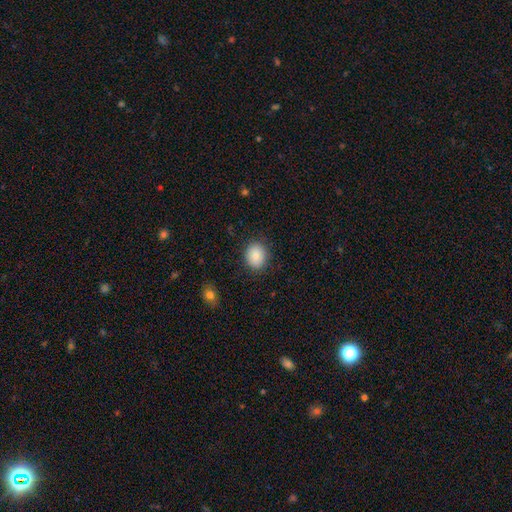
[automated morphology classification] Smooth or featured? smooth (87%)
How rounded? round (57%)
Merging? none (86%)